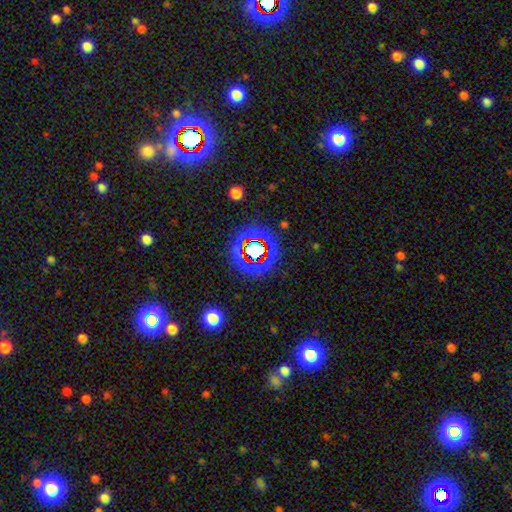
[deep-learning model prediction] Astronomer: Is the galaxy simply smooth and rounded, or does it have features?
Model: star or artifact — 73%.